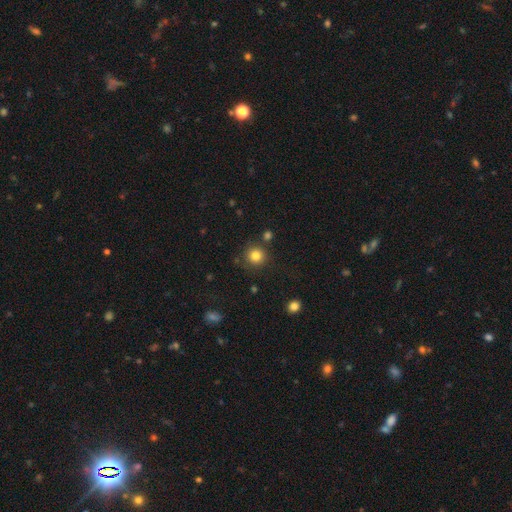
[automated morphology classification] smooth-or-featured: smooth: 82% | star or artifact: 12% | featured or disk: 6%
  how-rounded: round: 94% | in between: 5% | cigar-shaped: 1%
  merging: none: 84% | minor disturbance: 8% | merger: 5% | major disturbance: 3%